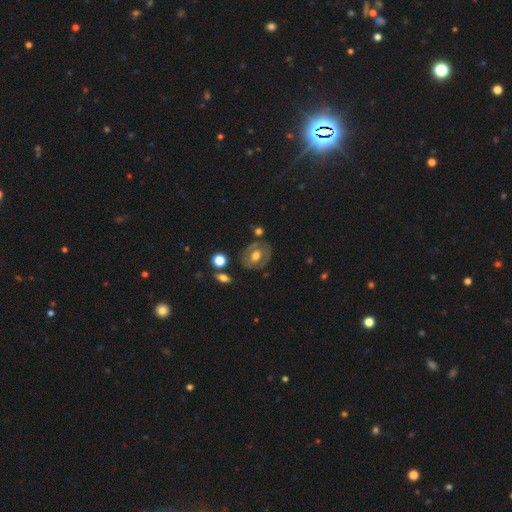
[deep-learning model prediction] Smooth or featured? featured or disk (54%)
Edge-on disk? no (94%)
Bar? no (63%)
Spiral arms? no (68%)
Bulge size? moderate (66%)
Merging? none (72%)